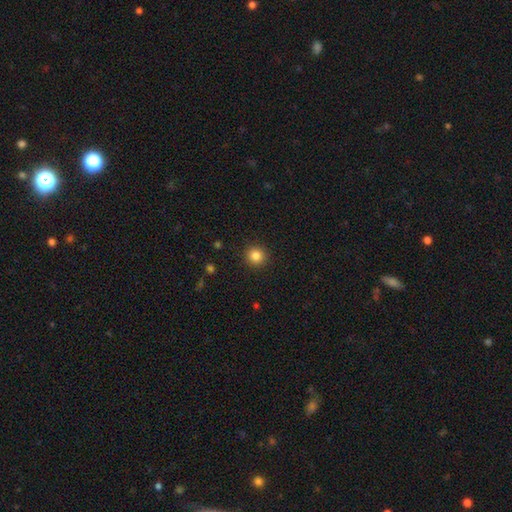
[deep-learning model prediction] Q: Smooth or featured?
A: smooth (84%); runner-up: star or artifact (11%)
Q: How rounded?
A: round (94%); runner-up: in between (5%)
Q: Merging?
A: none (92%); runner-up: minor disturbance (5%)